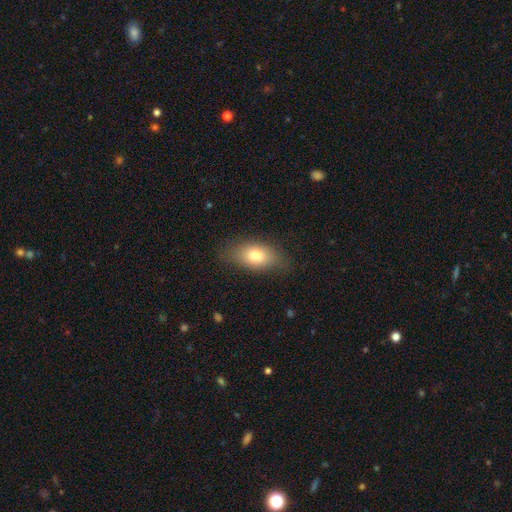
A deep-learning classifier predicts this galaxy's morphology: A smooth galaxy with no disk features (76%) that is in between round and cigar-shaped (85%). Merging: none (80%).